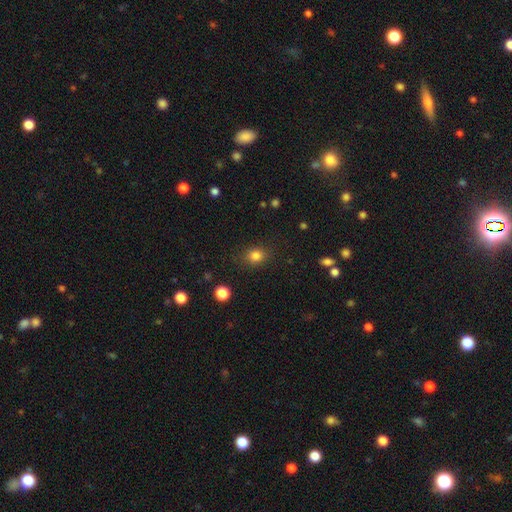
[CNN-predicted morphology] Smooth or featured? smooth (83%)
How rounded? round (67%)
Merging? none (85%)